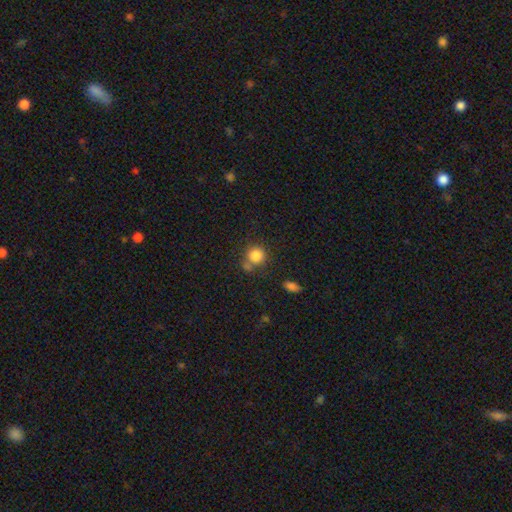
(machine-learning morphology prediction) Smooth or featured? Predicted: smooth (p=0.84). How rounded? Predicted: round (p=0.87). Merging? Predicted: none (p=0.60).